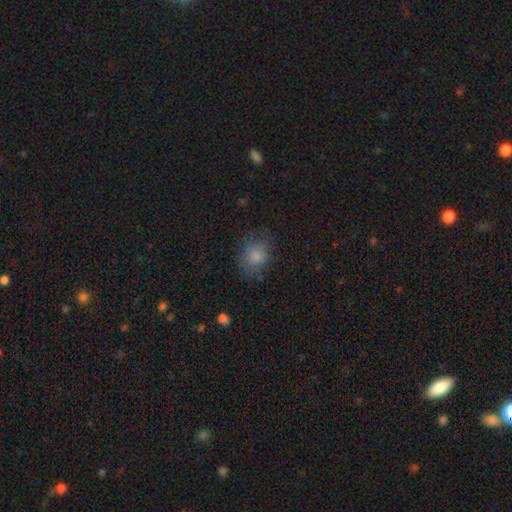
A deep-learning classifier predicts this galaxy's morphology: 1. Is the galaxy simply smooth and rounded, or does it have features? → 79% smooth, 11% star or artifact, 10% featured or disk.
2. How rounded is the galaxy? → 60% round, 39% in between, 1% cigar-shaped.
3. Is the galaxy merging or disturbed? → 67% none, 21% minor disturbance, 10% major disturbance, 1% merger.